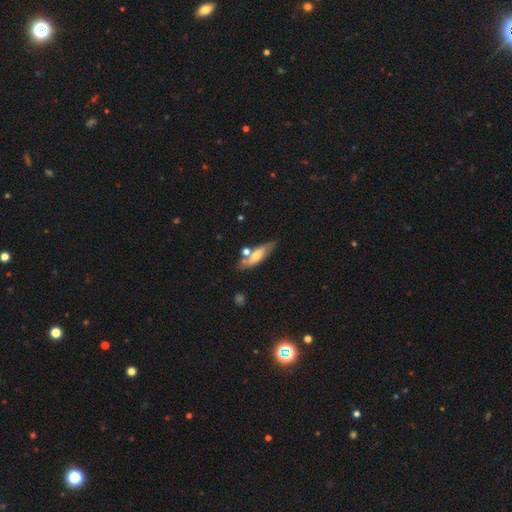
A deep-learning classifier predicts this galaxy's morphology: A smooth galaxy with no disk features (50%). Merging: none (66%).